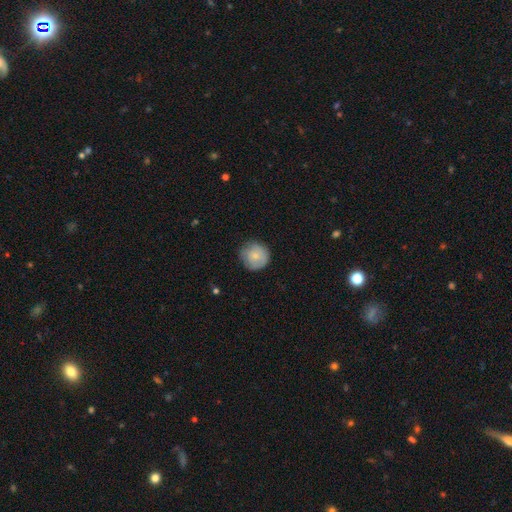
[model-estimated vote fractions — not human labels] Morphology: type=smooth (77%); roundness=round (93%); merging=none (78%).